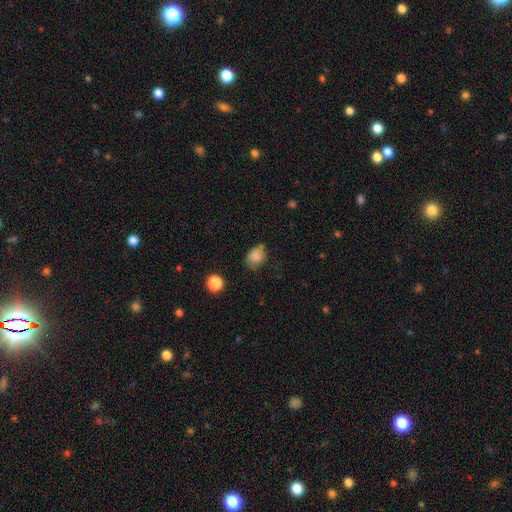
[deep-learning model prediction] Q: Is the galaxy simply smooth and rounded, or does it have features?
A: smooth — 83%.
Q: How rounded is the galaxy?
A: in between — 53%.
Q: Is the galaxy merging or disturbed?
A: none — 58%.